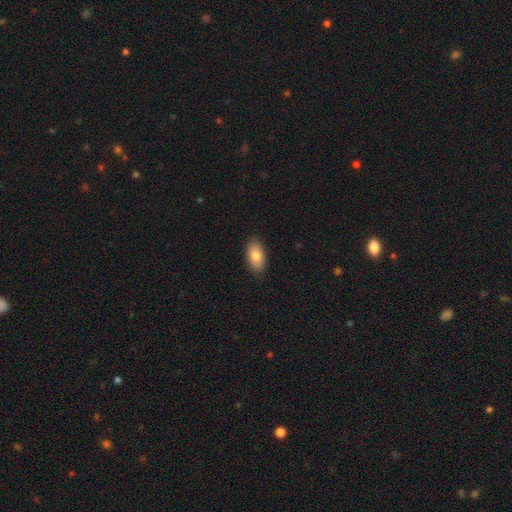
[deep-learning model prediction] smooth-or-featured: smooth: 82% | featured or disk: 12% | star or artifact: 7%
  how-rounded: in between: 93% | round: 4% | cigar-shaped: 4%
  merging: none: 87% | minor disturbance: 10% | major disturbance: 2% | merger: 1%